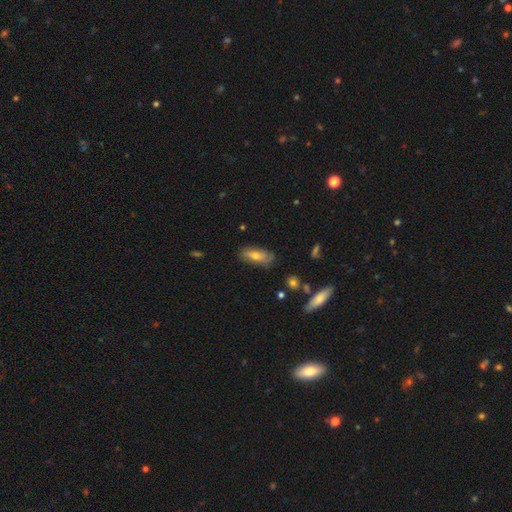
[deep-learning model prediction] Smooth or featured? smooth (63%)
How rounded? in between (75%)
Merging? none (73%)